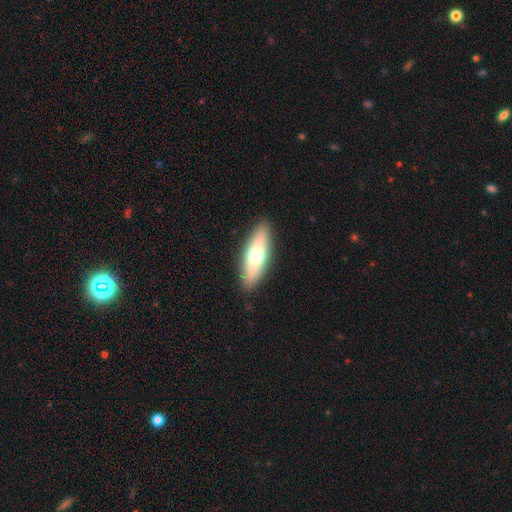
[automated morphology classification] Q: Smooth or featured?
A: smooth (62%); runner-up: featured or disk (32%)
Q: How rounded?
A: in between (53%); runner-up: cigar-shaped (45%)
Q: Merging?
A: none (89%); runner-up: minor disturbance (8%)